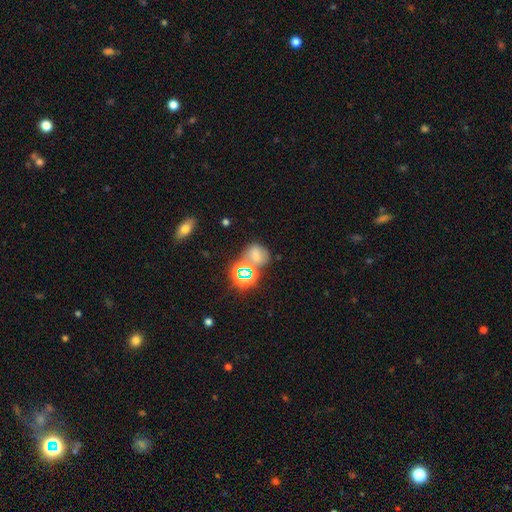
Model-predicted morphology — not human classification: The model was most divided on "how rounded": round: 51%, in between: 47%, cigar-shaped: 1%. Remaining: smooth or featured — smooth (51%); merging — none (48%).